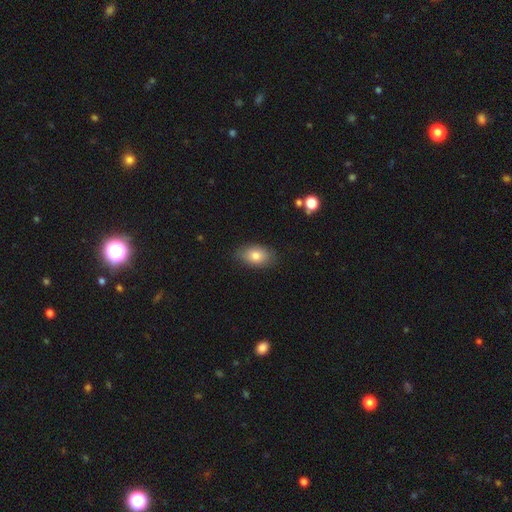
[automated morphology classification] type=smooth (80%); roundness=in between (88%); merging=none (82%).